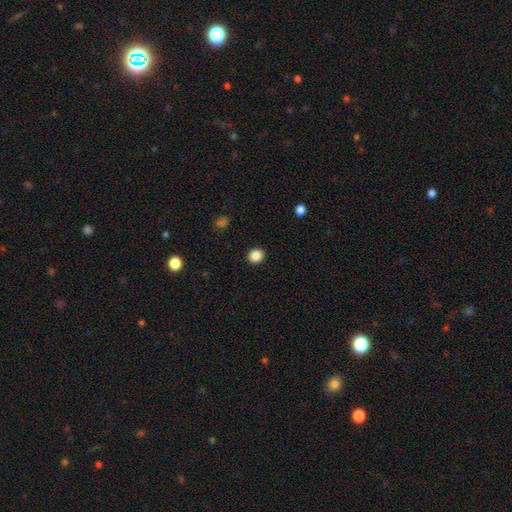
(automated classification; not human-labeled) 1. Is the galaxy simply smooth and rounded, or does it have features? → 87% smooth, 10% star or artifact, 3% featured or disk.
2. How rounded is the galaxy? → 80% round, 19% in between, 1% cigar-shaped.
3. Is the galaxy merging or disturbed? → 92% none, 5% minor disturbance, 2% major disturbance, 1% merger.